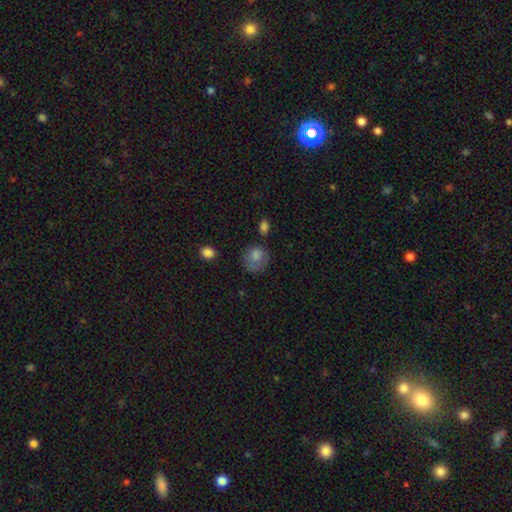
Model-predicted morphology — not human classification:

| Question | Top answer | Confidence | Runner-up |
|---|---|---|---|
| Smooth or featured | smooth | 76% | featured or disk (14%) |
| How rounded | round | 77% | in between (22%) |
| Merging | none | 55% | minor disturbance (27%) |